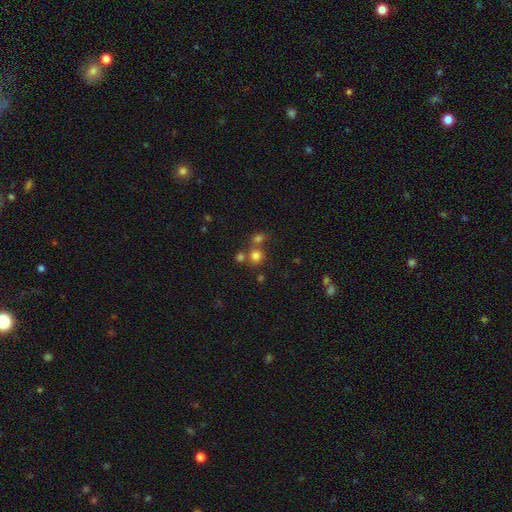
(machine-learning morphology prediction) smooth-or-featured: smooth: 74% | star or artifact: 17% | featured or disk: 8%
  how-rounded: round: 86% | in between: 13% | cigar-shaped: 1%
  merging: none: 58% | merger: 30% | minor disturbance: 8% | major disturbance: 4%